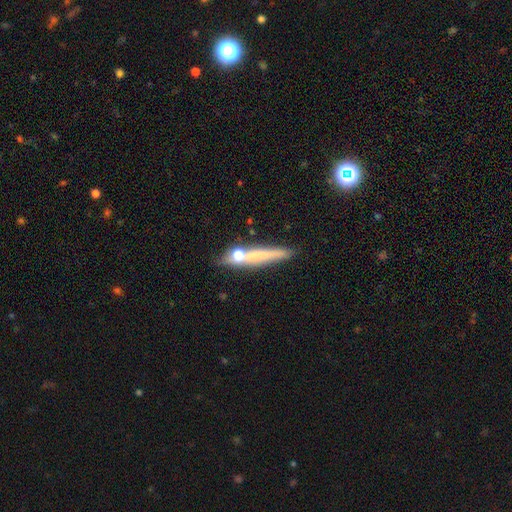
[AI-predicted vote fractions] This appears to be a smooth galaxy with no disk features (53%) that is cigar-shaped (83%). Merging: none (67%).